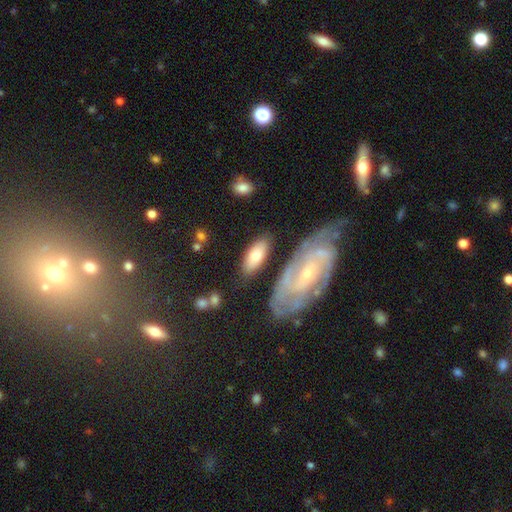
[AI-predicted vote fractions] Q: Smooth or featured?
A: smooth (71%); runner-up: featured or disk (24%)
Q: How rounded?
A: in between (84%); runner-up: cigar-shaped (13%)
Q: Merging?
A: none (72%); runner-up: minor disturbance (15%)